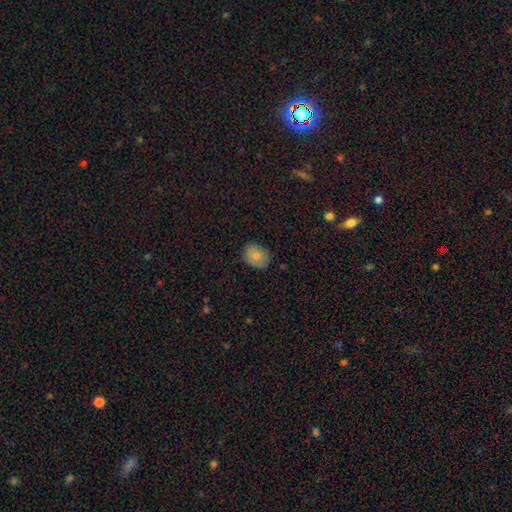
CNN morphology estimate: The model was most divided on "how rounded": in between: 50%, round: 49%, cigar-shaped: 1%. More confident: merging — none (82%); smooth or featured — smooth (80%).